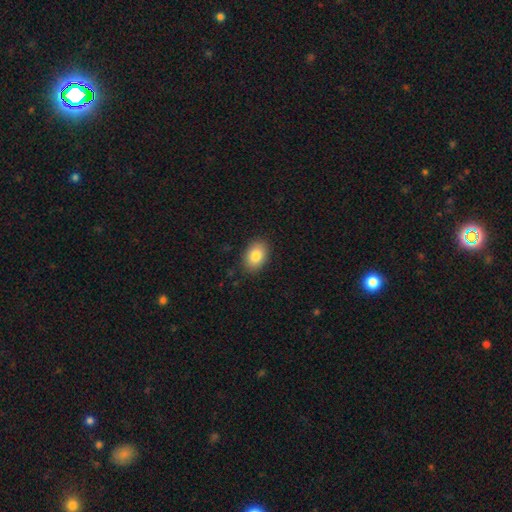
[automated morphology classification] Smooth or featured: smooth — 83% (featured or disk — 9%)
How rounded: in between — 83% (round — 16%)
Merging: none — 88% (minor disturbance — 9%)